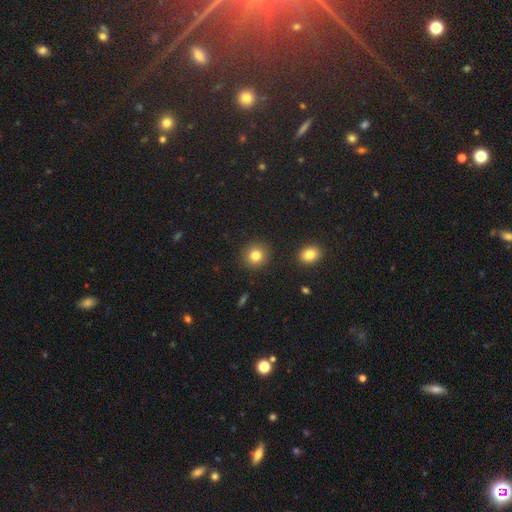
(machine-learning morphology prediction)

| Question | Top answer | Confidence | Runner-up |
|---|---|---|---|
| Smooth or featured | smooth | 82% | star or artifact (12%) |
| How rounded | round | 89% | in between (11%) |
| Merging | none | 90% | minor disturbance (6%) |